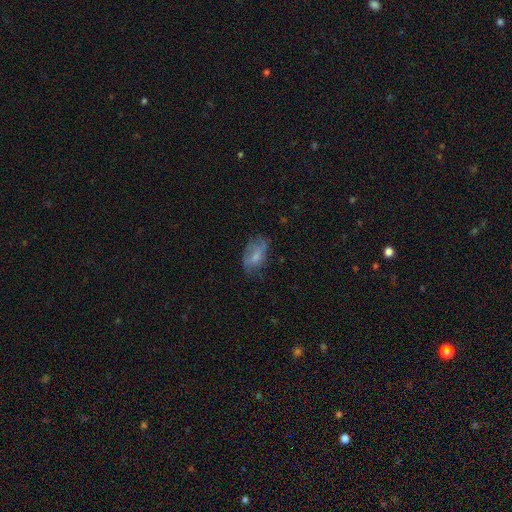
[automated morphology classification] The model was most divided on "merging": none: 54%, minor disturbance: 29%, major disturbance: 15%, merger: 2%. More confident: how rounded — in between (90%); smooth or featured — smooth (60%).